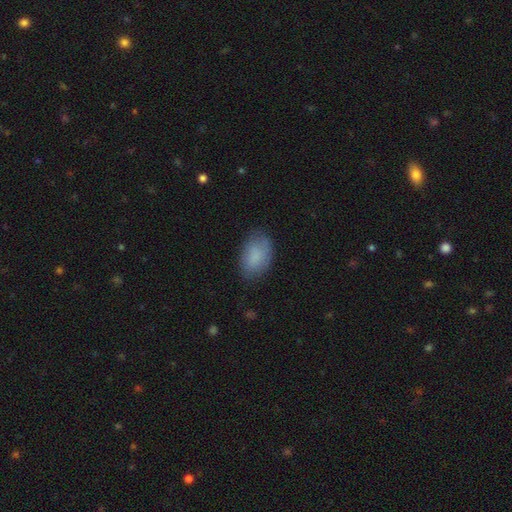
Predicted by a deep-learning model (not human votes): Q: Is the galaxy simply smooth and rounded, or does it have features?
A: smooth — 84%.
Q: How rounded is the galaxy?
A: in between — 89%.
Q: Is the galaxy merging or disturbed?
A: none — 76%.